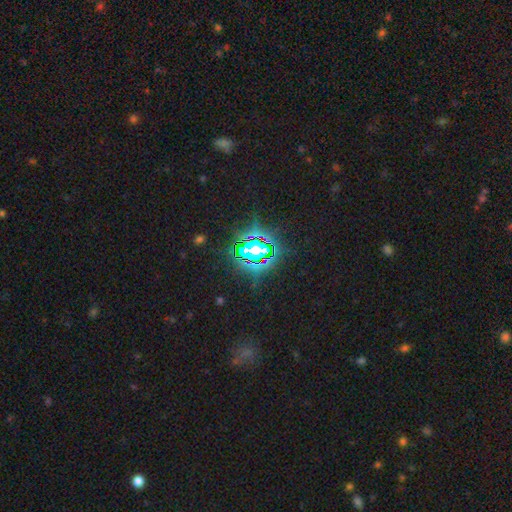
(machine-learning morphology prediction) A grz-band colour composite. It shows a star or artifact, not a galaxy (81%).